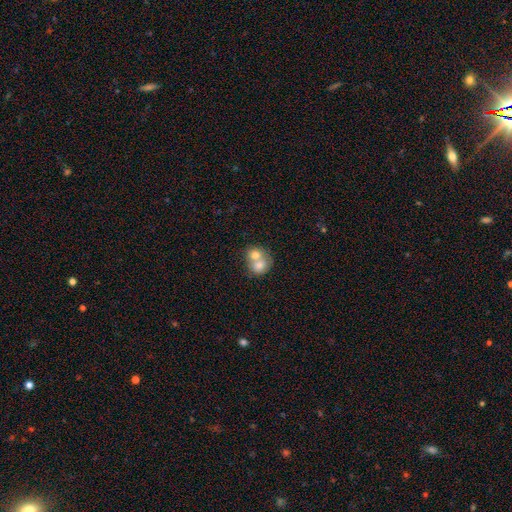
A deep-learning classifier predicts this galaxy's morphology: Smooth or featured? smooth (64%)
How rounded? round (71%)
Merging? merger (68%)